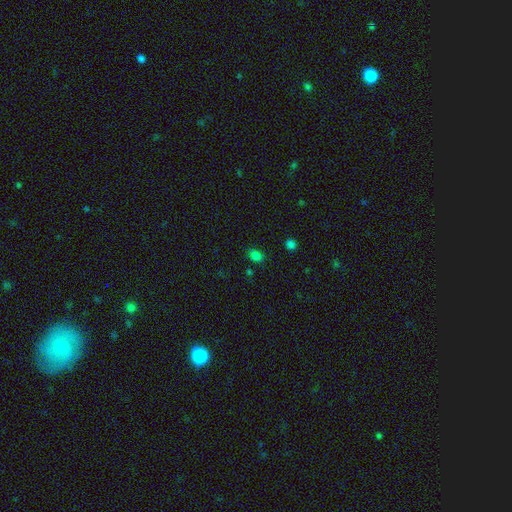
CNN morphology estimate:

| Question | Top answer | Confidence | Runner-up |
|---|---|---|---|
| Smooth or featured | smooth | 77% | star or artifact (19%) |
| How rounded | in between | 67% | round (31%) |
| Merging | none | 80% | minor disturbance (14%) |